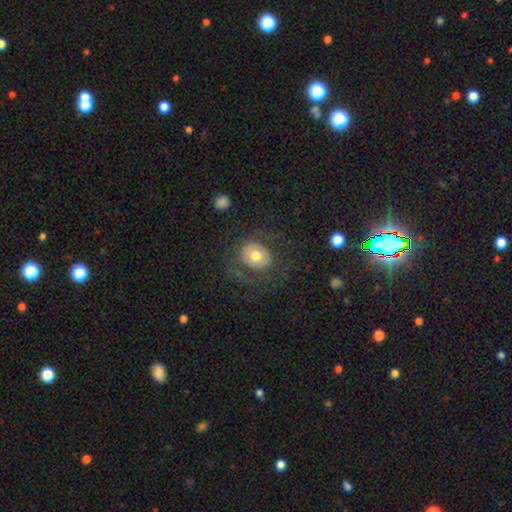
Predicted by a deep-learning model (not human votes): Morphology: type=smooth (53%); roundness=round (68%); merging=none (64%).